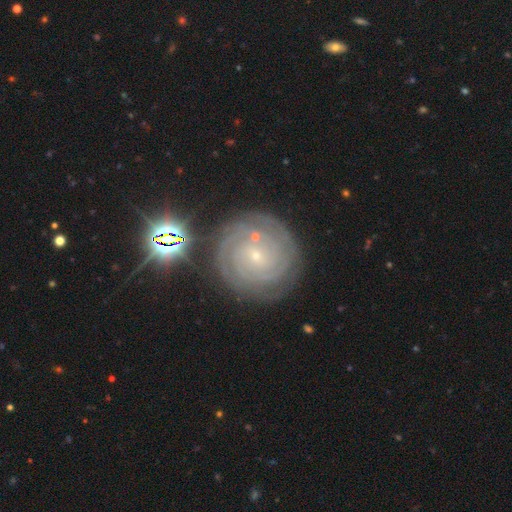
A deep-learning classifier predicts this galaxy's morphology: This is likely a featured or disk galaxy (79%). It is clearly not viewed edge-on (98%). Bar: likely no (66%). Spiral arm pattern: clearly yes (96%). Spiral arm count: marginally can't tell (29%). Spiral winding: clearly tight (86%). Central bulge: clearly small (87%). Merging: likely none (80%).